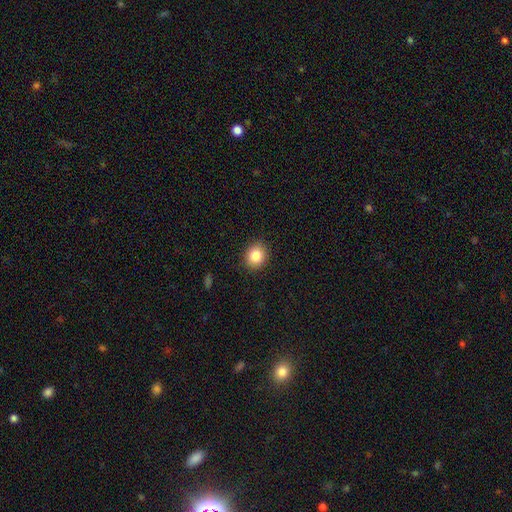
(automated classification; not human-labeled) This appears to be a smooth galaxy with no disk features (84%) that is round (74%). Merging: none (90%).